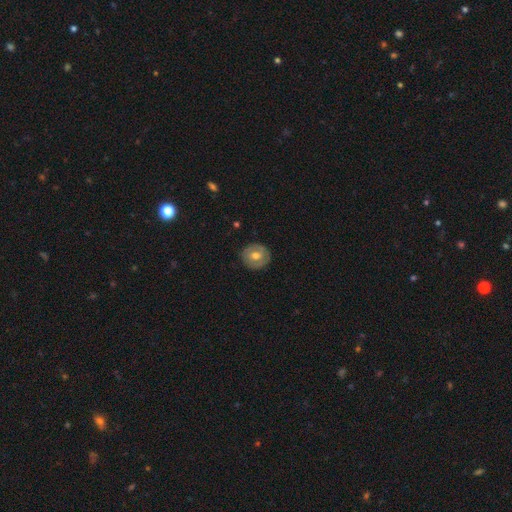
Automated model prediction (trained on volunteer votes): A smooth galaxy with no disk features (53%) that is round (86%).

Vote fractions:
- Smooth or featured? smooth: 53% / featured or disk: 40% / star or artifact: 7%
- How rounded? round: 86% / in between: 13% / cigar-shaped: 1%
- Merging? none: 86% / minor disturbance: 11% / major disturbance: 3% / merger: 1%